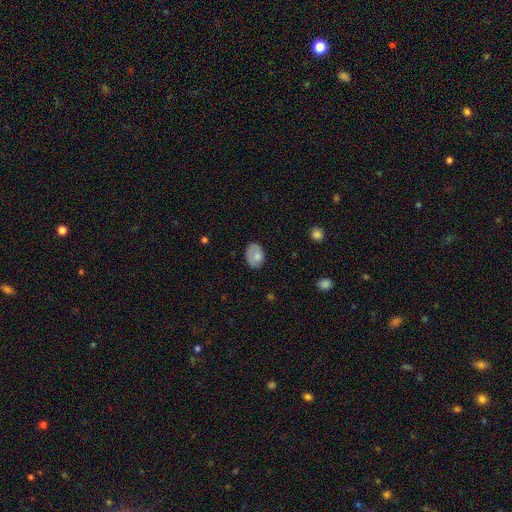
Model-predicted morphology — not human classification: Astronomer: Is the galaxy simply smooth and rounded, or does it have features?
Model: smooth — 67%.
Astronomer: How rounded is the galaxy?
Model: in between — 74%.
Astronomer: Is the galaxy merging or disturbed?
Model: none — 68%.